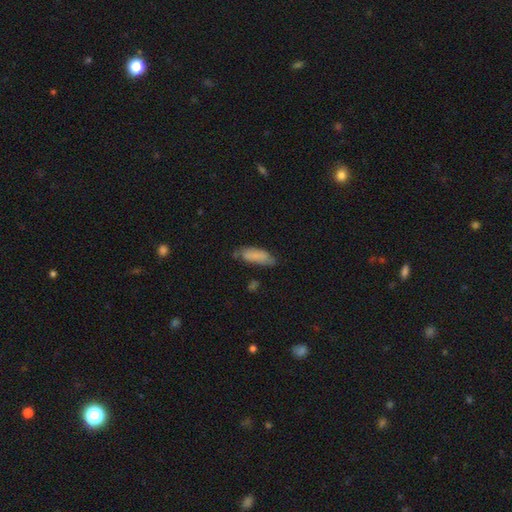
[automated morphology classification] Smooth or featured? Predicted: smooth (p=0.73). How rounded? Predicted: in between (p=0.70). Merging? Predicted: none (p=0.60).